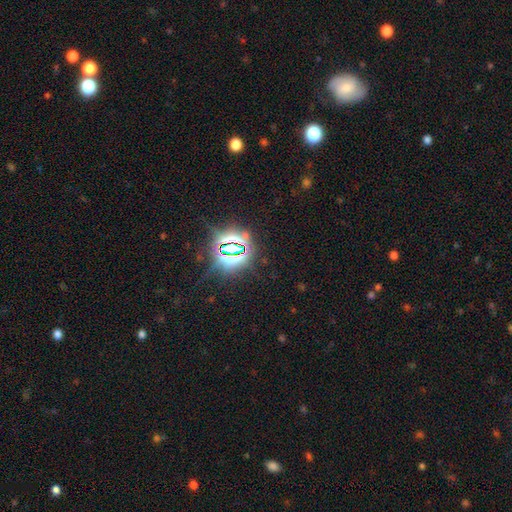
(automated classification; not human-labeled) A star or artifact, not a galaxy (83%).